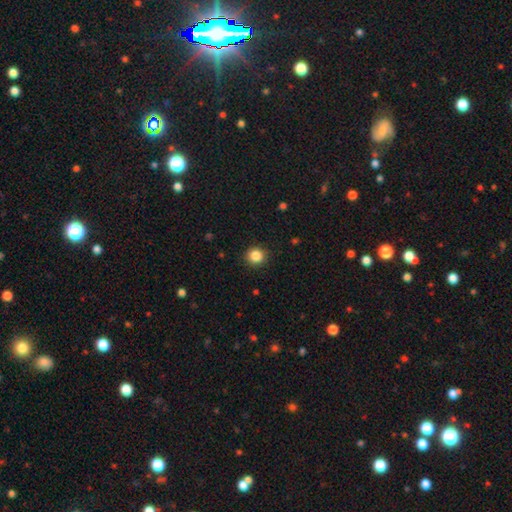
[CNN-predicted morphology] smooth_or_featured: smooth (p=0.86) [alt: star or artifact p=0.11]
how_rounded: round (p=0.92) [alt: in between p=0.07]
merging: none (p=0.90) [alt: minor disturbance p=0.07]